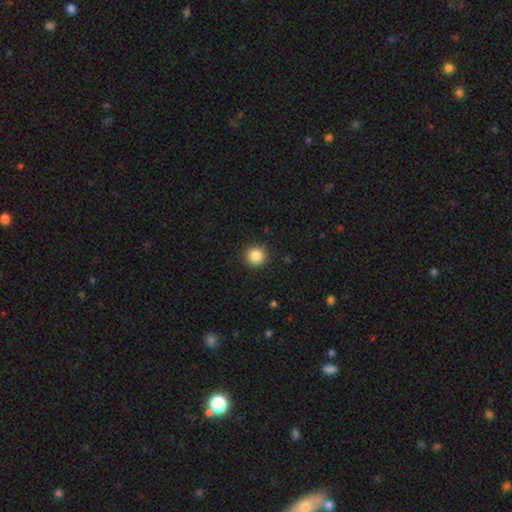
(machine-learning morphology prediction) A smooth galaxy with no disk features (86%) that is round (94%). Merging: none (92%).